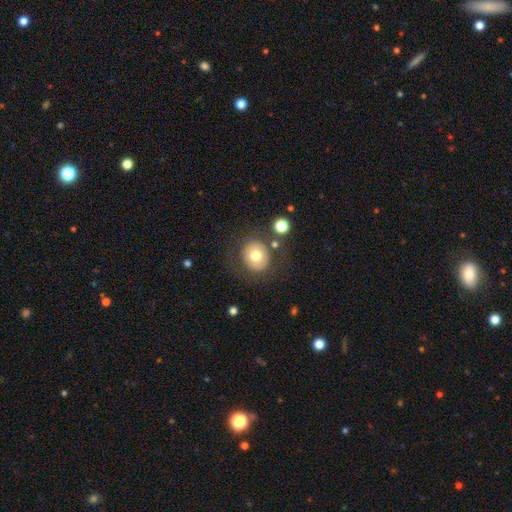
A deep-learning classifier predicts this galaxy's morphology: smooth-or-featured: smooth: 70% | featured or disk: 20% | star or artifact: 10%
  how-rounded: round: 84% | in between: 15% | cigar-shaped: 1%
  merging: none: 77% | minor disturbance: 11% | major disturbance: 7% | merger: 5%